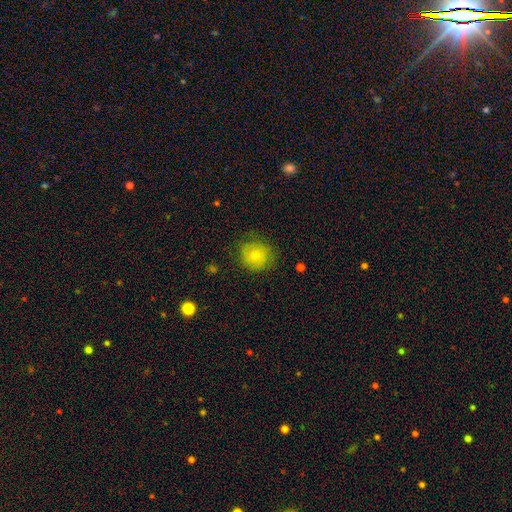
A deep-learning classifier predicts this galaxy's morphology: The model was most divided on "merging": none: 75%, minor disturbance: 18%, major disturbance: 6%, merger: 1%. More confident: how rounded — round (85%); smooth or featured — smooth (79%).